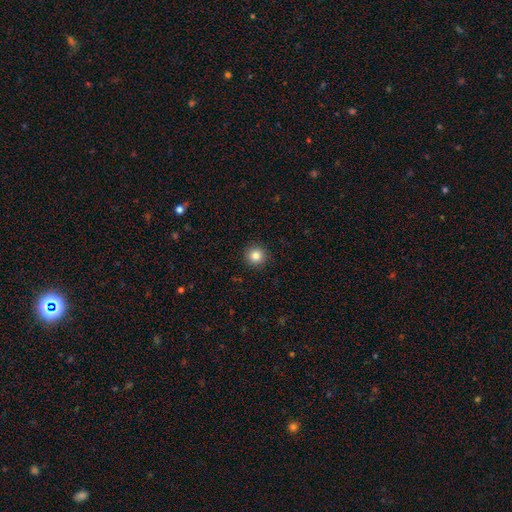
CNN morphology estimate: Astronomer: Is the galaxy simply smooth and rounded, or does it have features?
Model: smooth — 84%.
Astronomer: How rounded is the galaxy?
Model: round — 95%.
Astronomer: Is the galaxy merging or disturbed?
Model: none — 92%.